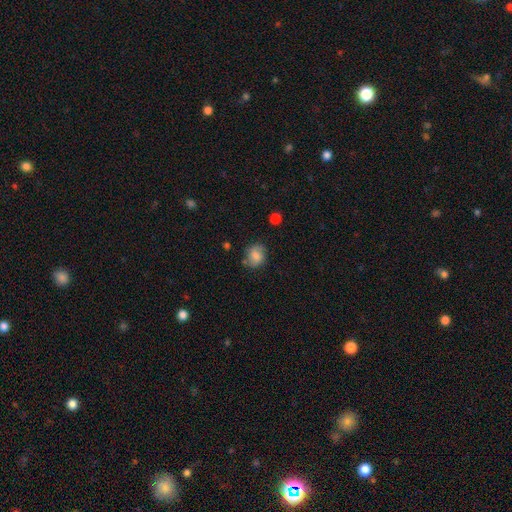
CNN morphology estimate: Smooth or featured: smooth — 75% (featured or disk — 15%)
How rounded: round — 61% (in between — 38%)
Merging: none — 67% (minor disturbance — 23%)